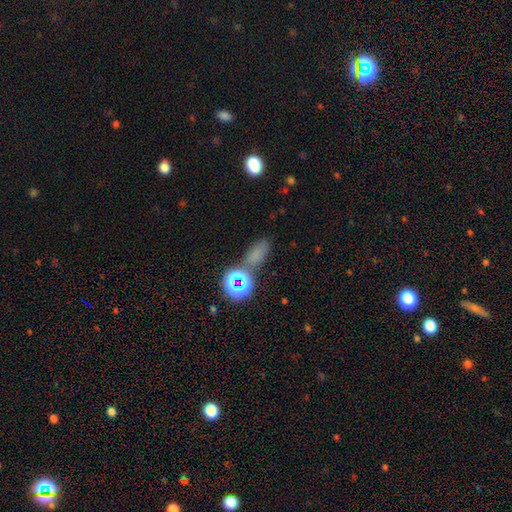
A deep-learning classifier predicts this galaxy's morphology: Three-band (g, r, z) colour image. It shows a smooth galaxy with no disk features (60%) that is in between round and cigar-shaped (73%). Merging: none (66%).